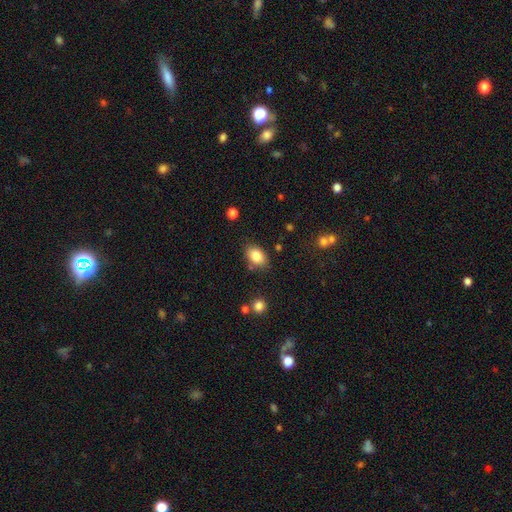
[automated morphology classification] This is clearly a smooth galaxy (84%). How rounded: clearly in between (83%). Merging: likely none (78%).